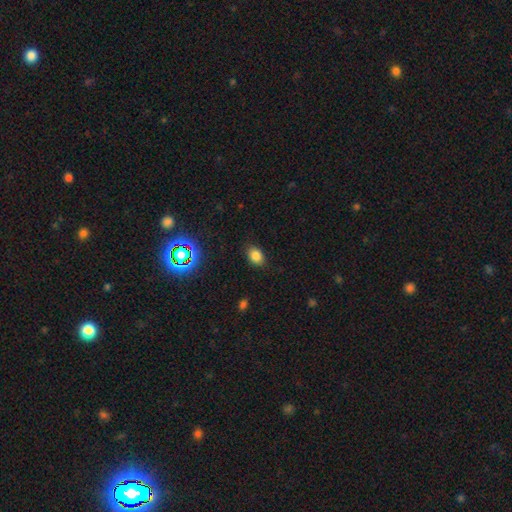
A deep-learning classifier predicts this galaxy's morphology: smooth_or_featured: smooth (p=0.81) [alt: star or artifact p=0.14]
how_rounded: in between (p=0.73) [alt: round p=0.26]
merging: none (p=0.84) [alt: minor disturbance p=0.12]